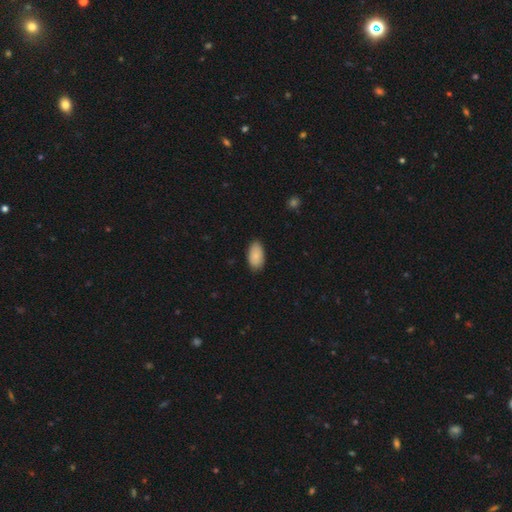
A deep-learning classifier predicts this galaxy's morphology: Q: Smooth or featured?
A: smooth (88%); runner-up: star or artifact (6%)
Q: How rounded?
A: in between (95%); runner-up: round (3%)
Q: Merging?
A: none (86%); runner-up: minor disturbance (11%)